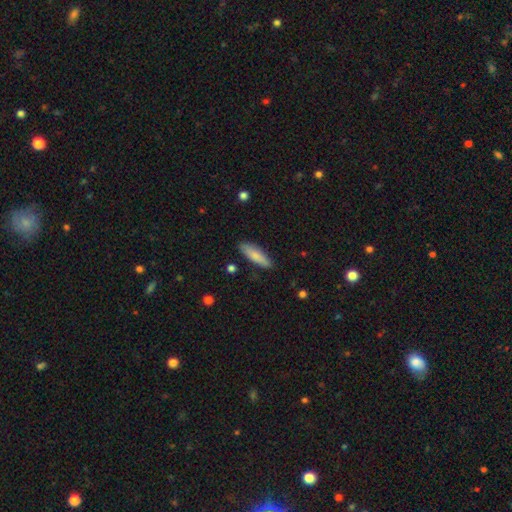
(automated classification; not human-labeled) Smooth or featured: smooth — 79% (featured or disk — 15%)
How rounded: cigar-shaped — 58% (in between — 41%)
Merging: none — 86% (minor disturbance — 11%)